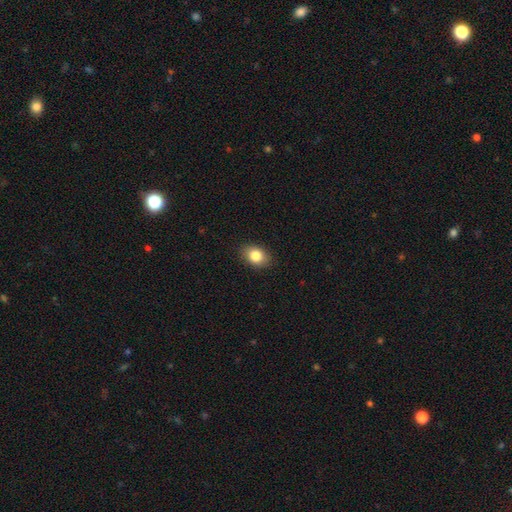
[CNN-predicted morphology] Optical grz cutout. It shows a smooth galaxy with no disk features (84%) that is in between round and cigar-shaped (73%). Merging: none (86%).